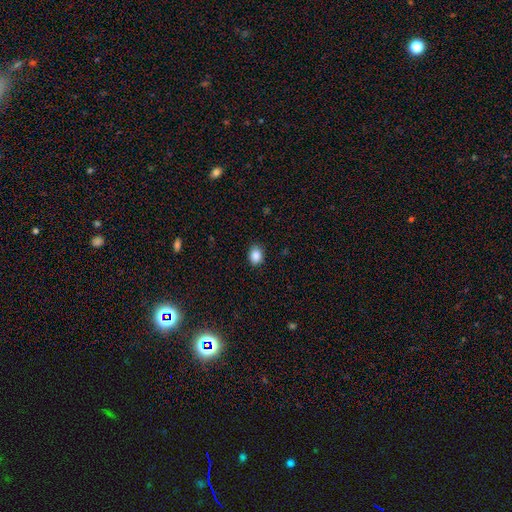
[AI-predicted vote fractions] The model was most divided on "how rounded": in between: 59%, round: 40%, cigar-shaped: 1%. More confident: smooth or featured — smooth (87%); merging — none (87%).